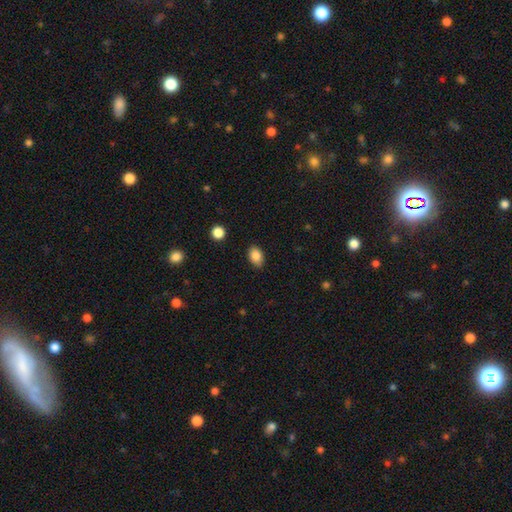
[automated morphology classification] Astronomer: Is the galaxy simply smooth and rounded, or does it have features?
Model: smooth — 87%.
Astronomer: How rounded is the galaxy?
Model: in between — 83%.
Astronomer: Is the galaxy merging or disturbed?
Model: none — 86%.